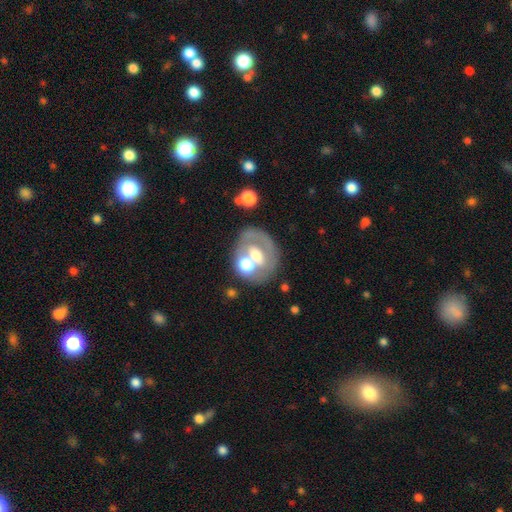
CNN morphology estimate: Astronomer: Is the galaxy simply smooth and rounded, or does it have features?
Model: featured or disk — 52% (runner-up: smooth, 38%).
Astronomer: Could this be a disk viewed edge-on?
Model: no — 94%.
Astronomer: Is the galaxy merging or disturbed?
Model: none — 51%.